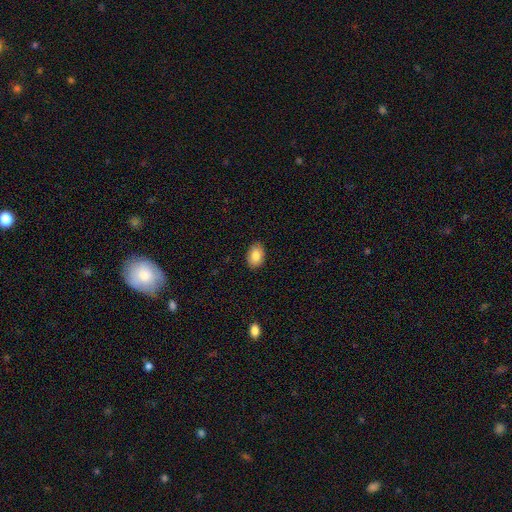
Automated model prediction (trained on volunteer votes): A smooth galaxy with no disk features (84%) that is in between round and cigar-shaped (80%).

Vote fractions:
- Smooth or featured? smooth: 84% / featured or disk: 8% / star or artifact: 8%
- How rounded? in between: 80% / round: 19% / cigar-shaped: 1%
- Merging? none: 89% / minor disturbance: 9% / major disturbance: 2% / merger: 1%